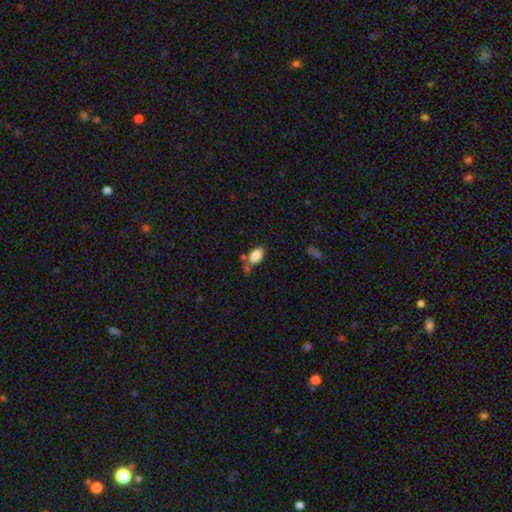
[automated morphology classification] type=smooth (85%); roundness=in between (91%); merging=none (54%).